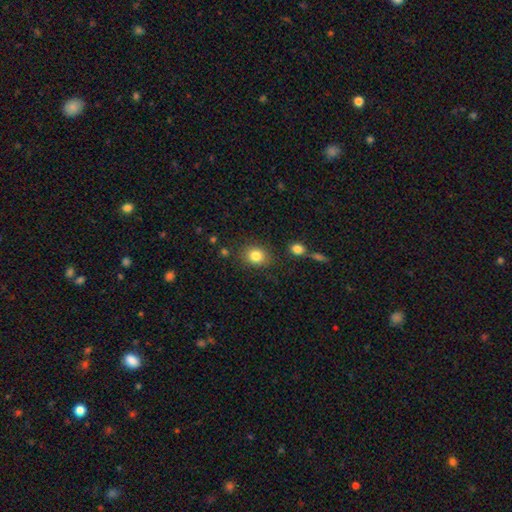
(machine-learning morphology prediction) The model was most divided on "how rounded": round: 61%, in between: 38%, cigar-shaped: 1%. More confident: smooth or featured — smooth (83%); merging — none (82%).